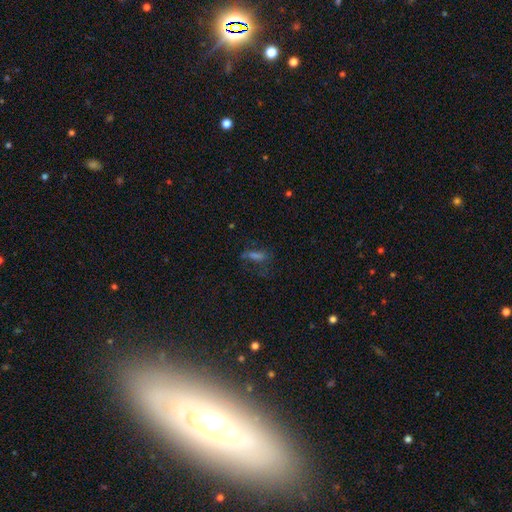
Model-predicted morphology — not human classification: Smooth or featured: smooth — 39% (star or artifact — 35%)
Merging: none — 53% (major disturbance — 23%)